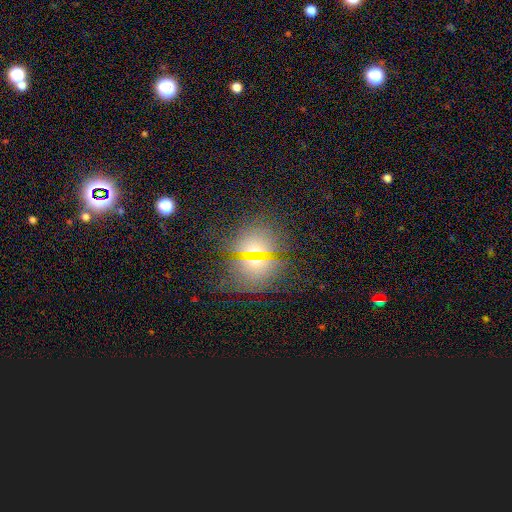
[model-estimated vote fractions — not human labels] A star or artifact, not a galaxy (41%).

Vote fractions:
- Smooth or featured? star or artifact: 41% / smooth: 38% / featured or disk: 21%